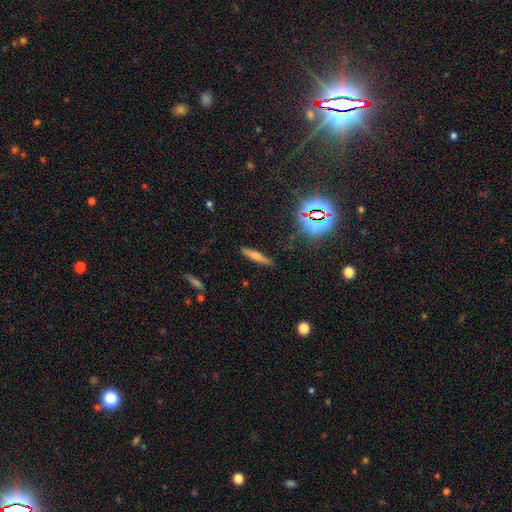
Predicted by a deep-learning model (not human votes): This appears to be a smooth galaxy with no disk features (48%). Merging: none (87%).